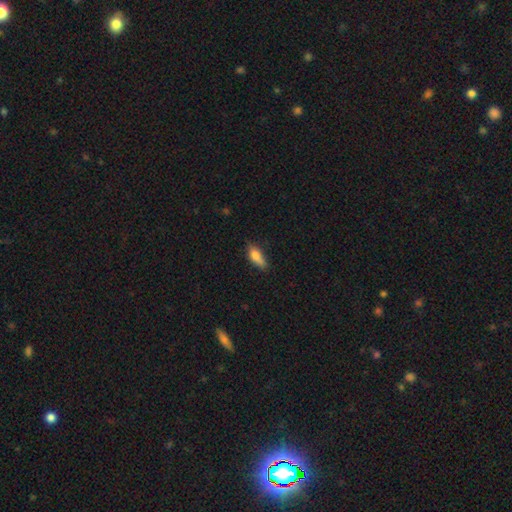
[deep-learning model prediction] This appears to be a smooth galaxy with no disk features (79%) that is in between round and cigar-shaped (68%). Merging: none (53%).